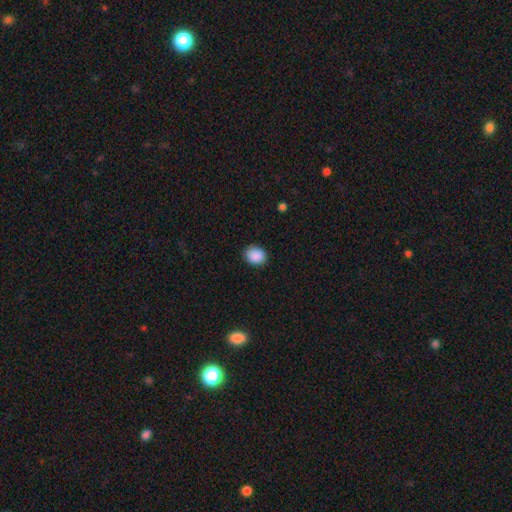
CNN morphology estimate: This appears to be a smooth galaxy with no disk features (89%) that is round (59%). Merging: none (87%).